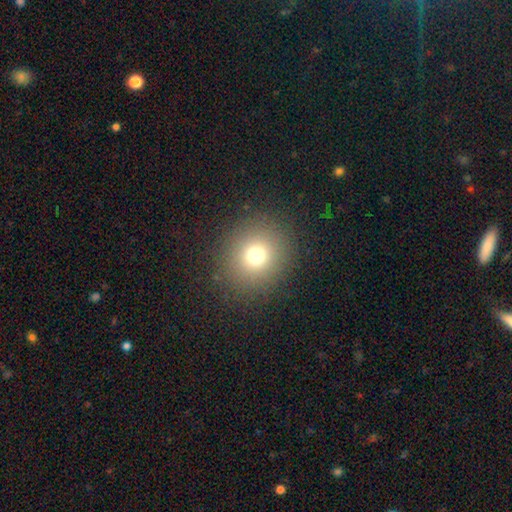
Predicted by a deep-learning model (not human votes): This is likely a smooth galaxy (72%). How rounded: clearly round (91%). Merging: clearly none (89%).